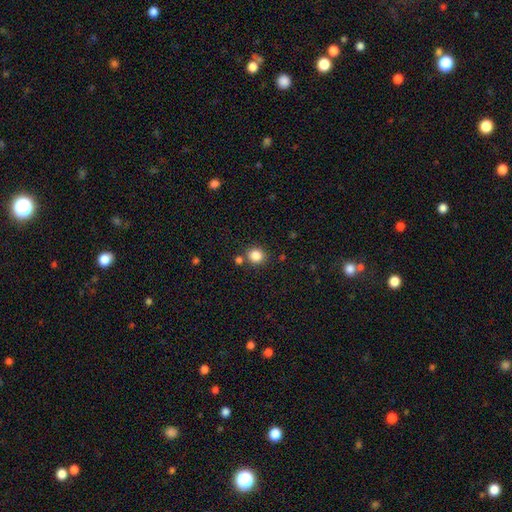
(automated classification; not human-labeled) A smooth galaxy with no disk features (85%) that is round (82%).

Vote fractions:
- Smooth or featured? smooth: 85% / star or artifact: 11% / featured or disk: 4%
- How rounded? round: 82% / in between: 17% / cigar-shaped: 1%
- Merging? none: 79% / merger: 10% / minor disturbance: 8% / major disturbance: 3%